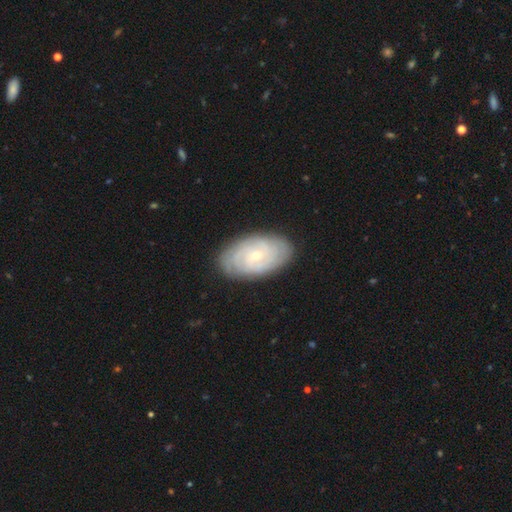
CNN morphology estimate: The model was most divided on "spiral arm count": can't tell: 41%, 2: 21%, 3: 14%, 4: 13%, more than 4: 7%, 1: 5%. More confident: edge-on disk — no (95%); spiral arms — yes (93%); merging — none (85%); spiral winding — tight (80%); smooth or featured — featured or disk (76%); bulge size — small (69%); bar — no (63%).